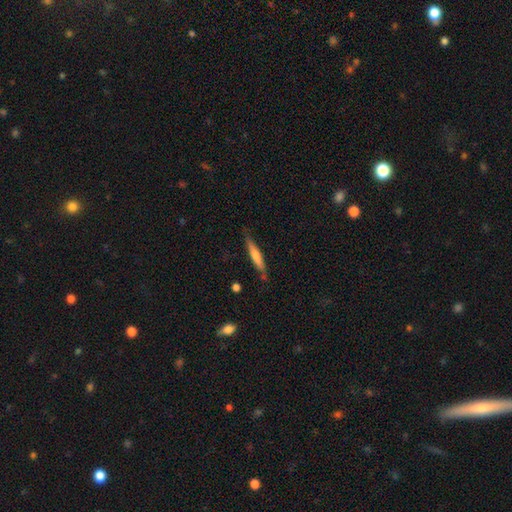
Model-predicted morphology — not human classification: smooth-or-featured: smooth: 61% | featured or disk: 34% | star or artifact: 6%
  how-rounded: cigar-shaped: 90% | in between: 8% | round: 1%
  merging: none: 76% | minor disturbance: 18% | merger: 3% | major disturbance: 3%